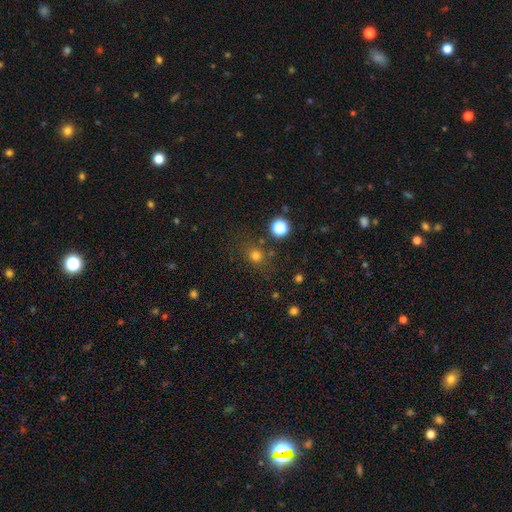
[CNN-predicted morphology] This is likely a smooth galaxy (74%). How rounded: likely round (79%). Merging: likely none (75%).